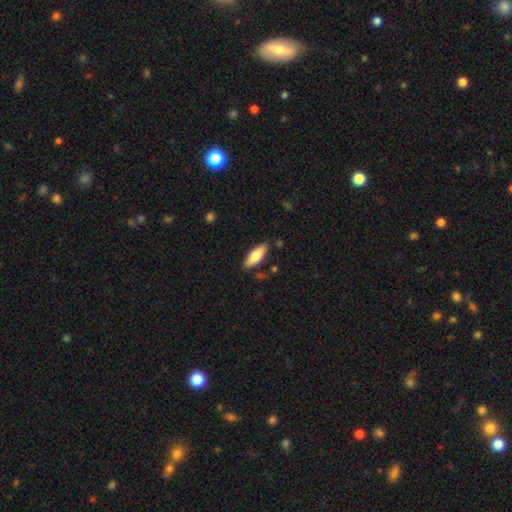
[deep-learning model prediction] Smooth or featured? Predicted: smooth (p=0.75). How rounded? Predicted: in between (p=0.65). Merging? Predicted: none (p=0.84).